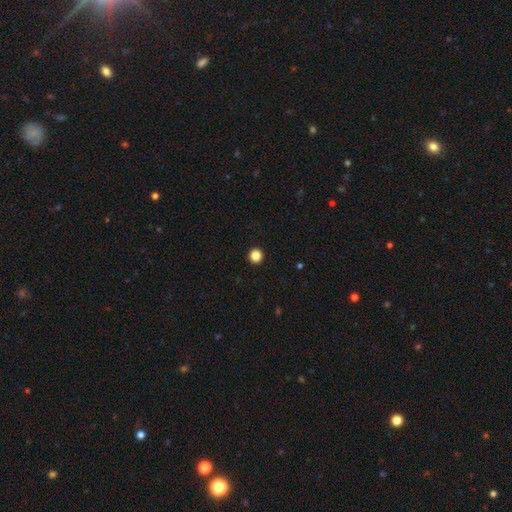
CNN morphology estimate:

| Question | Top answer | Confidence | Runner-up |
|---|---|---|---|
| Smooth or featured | smooth | 86% | star or artifact (11%) |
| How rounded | round | 96% | in between (3%) |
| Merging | none | 94% | minor disturbance (3%) |